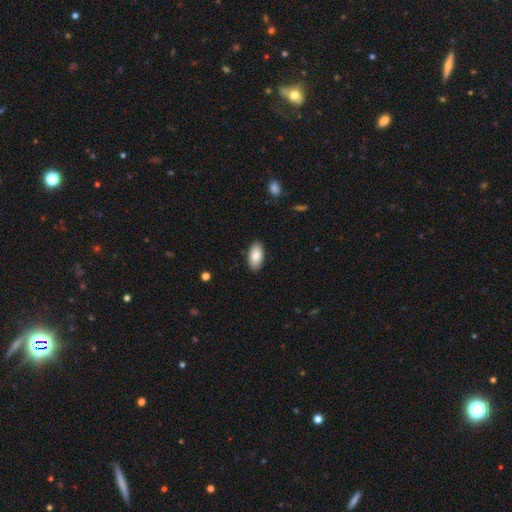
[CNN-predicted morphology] A smooth galaxy with no disk features (87%) that is in between round and cigar-shaped (94%).

Vote fractions:
- Smooth or featured? smooth: 87% / featured or disk: 7% / star or artifact: 6%
- How rounded? in between: 94% / cigar-shaped: 4% / round: 2%
- Merging? none: 89% / minor disturbance: 8% / major disturbance: 2% / merger: 1%